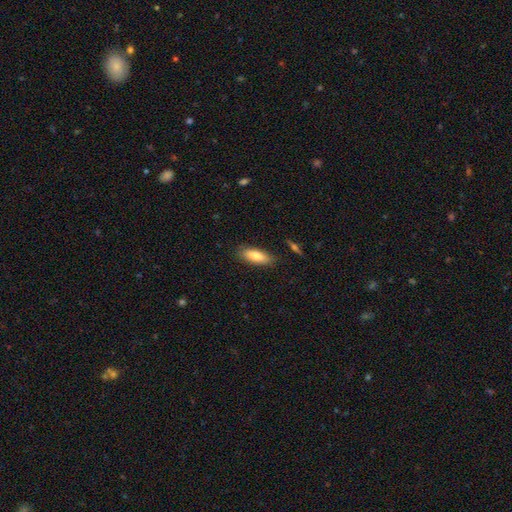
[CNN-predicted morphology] This appears to be a smooth galaxy with no disk features (82%) that is in between round and cigar-shaped (67%). Merging: none (85%).